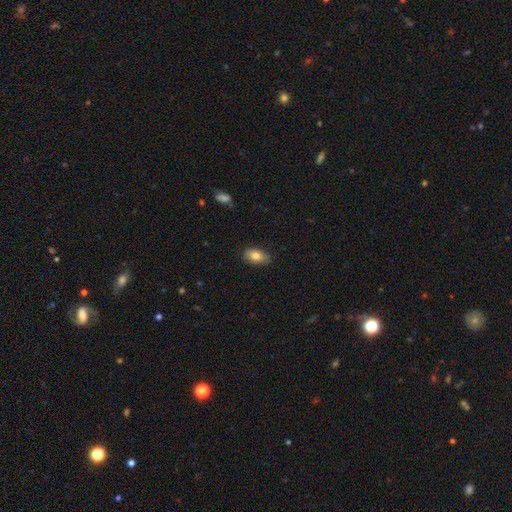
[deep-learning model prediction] Smooth or featured? smooth (82%)
How rounded? in between (91%)
Merging? none (83%)